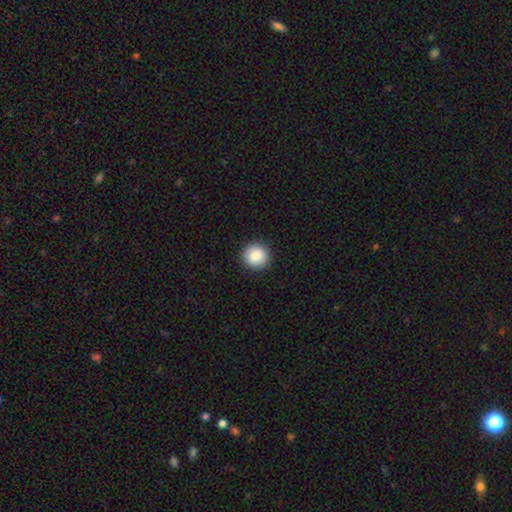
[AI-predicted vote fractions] Smooth or featured?
  - smooth: 86% *
  - star or artifact: 8%
  - featured or disk: 6%
How rounded?
  - round: 93% *
  - in between: 6%
  - cigar-shaped: 1%
Merging?
  - none: 92% *
  - minor disturbance: 5%
  - major disturbance: 2%
  - merger: 1%